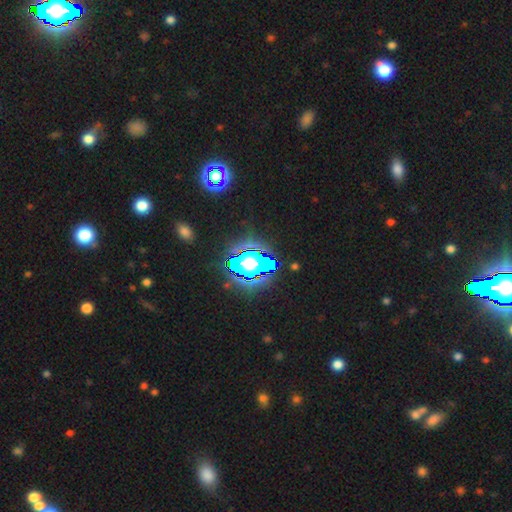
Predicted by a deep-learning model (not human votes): A star or artifact, not a galaxy (57%).

Vote fractions:
- Smooth or featured? star or artifact: 57% / smooth: 25% / featured or disk: 18%